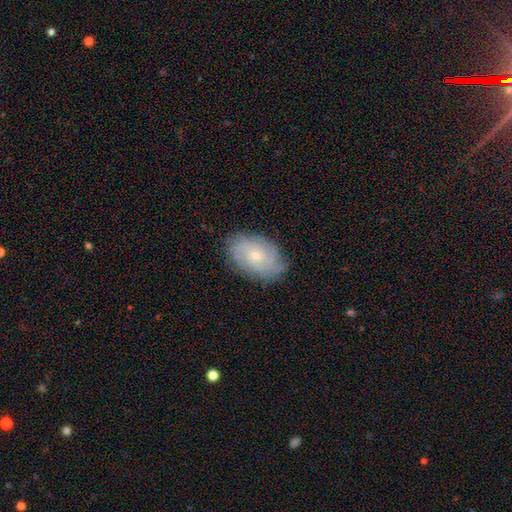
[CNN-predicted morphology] smooth_or_featured: featured or disk (p=0.73) [alt: smooth p=0.20]
disk_edge_on: no (p=0.96) [alt: yes p=0.04]
bar: no (p=0.77) [alt: weak p=0.20]
has_spiral_arms: yes (p=0.93) [alt: no p=0.07]
spiral_winding: tight (p=0.65) [alt: medium p=0.28]
spiral_arm_count: can't tell (p=0.39) [alt: 3 p=0.19]
bulge_size: small (p=0.64) [alt: moderate p=0.32]
merging: none (p=0.80) [alt: minor disturbance p=0.15]